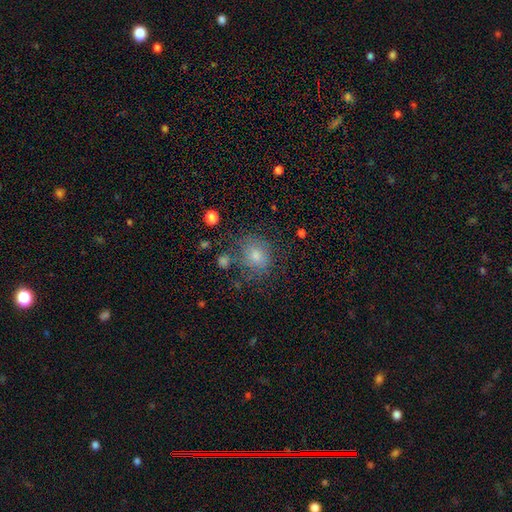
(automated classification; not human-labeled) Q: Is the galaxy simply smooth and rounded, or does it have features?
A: smooth — 68%.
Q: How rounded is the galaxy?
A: round — 72%.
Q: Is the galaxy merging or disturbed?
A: none — 68%.